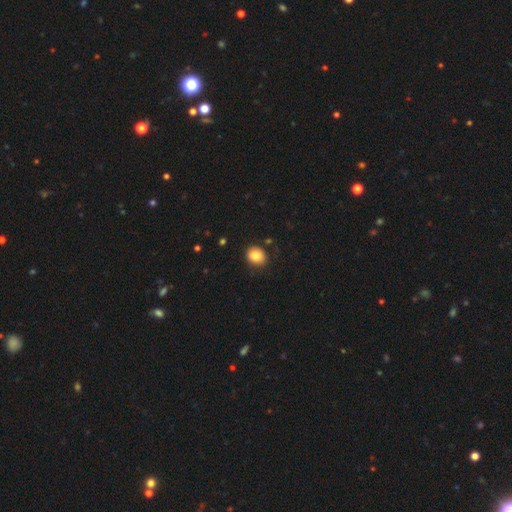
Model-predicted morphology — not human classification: Smooth or featured: smooth — 85% (star or artifact — 9%)
How rounded: round — 65% (in between — 34%)
Merging: none — 84% (minor disturbance — 11%)